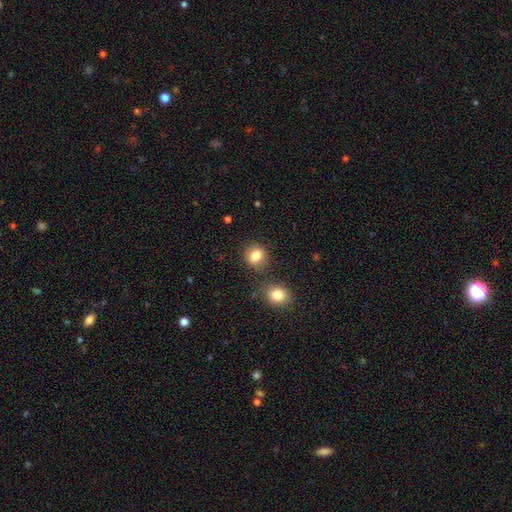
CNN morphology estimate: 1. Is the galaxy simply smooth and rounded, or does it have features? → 83% smooth, 10% star or artifact, 8% featured or disk.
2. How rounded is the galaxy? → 64% round, 35% in between, 1% cigar-shaped.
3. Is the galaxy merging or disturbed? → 79% none, 11% minor disturbance, 8% merger, 3% major disturbance.